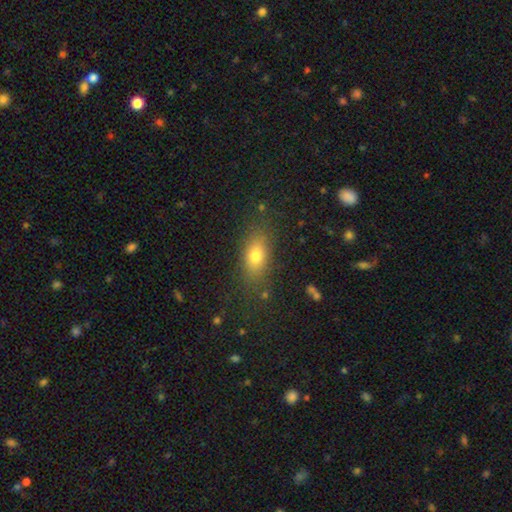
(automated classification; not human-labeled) Smooth or featured: smooth — 75% (featured or disk — 14%)
How rounded: in between — 78% (cigar-shaped — 11%)
Merging: none — 80% (minor disturbance — 13%)